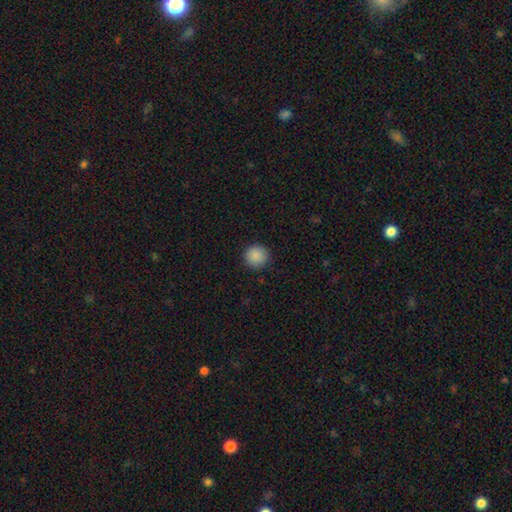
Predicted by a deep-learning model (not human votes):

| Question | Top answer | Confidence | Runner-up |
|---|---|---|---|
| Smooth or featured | smooth | 89% | star or artifact (9%) |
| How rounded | round | 95% | in between (4%) |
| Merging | none | 92% | minor disturbance (5%) |